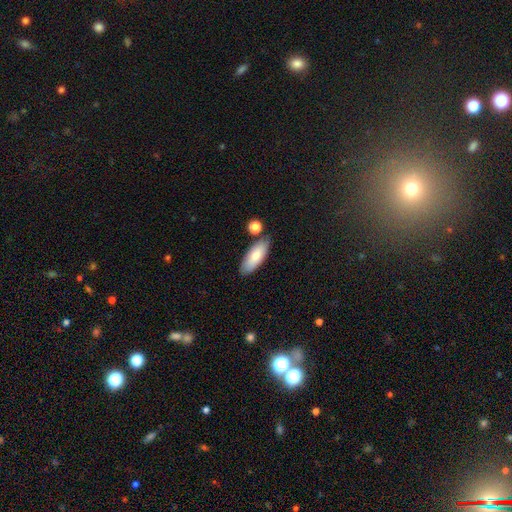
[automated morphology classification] type=smooth (78%); roundness=in between (76%); merging=none (77%).